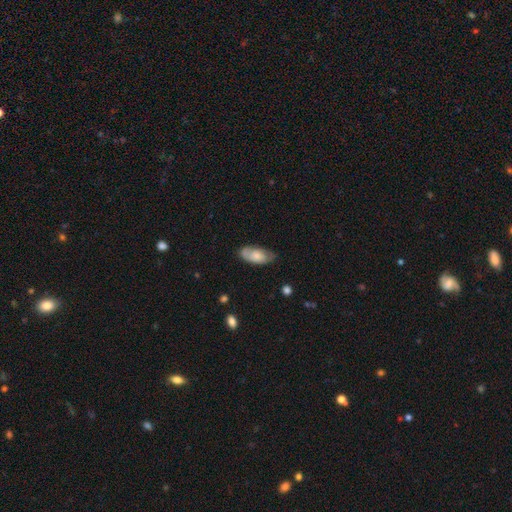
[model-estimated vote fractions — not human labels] The model was most divided on "merging": none: 63%, minor disturbance: 29%, major disturbance: 6%, merger: 2%. More confident: how rounded — in between (88%); smooth or featured — smooth (70%).